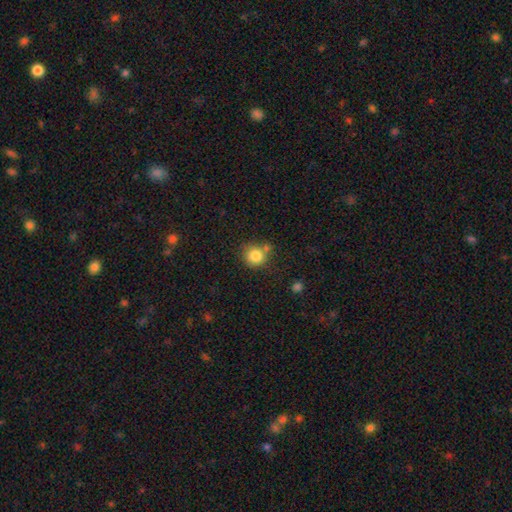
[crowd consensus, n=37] This is clearly a smooth galaxy (92%). How rounded: clearly round (97%). Merging: possibly none (56%).